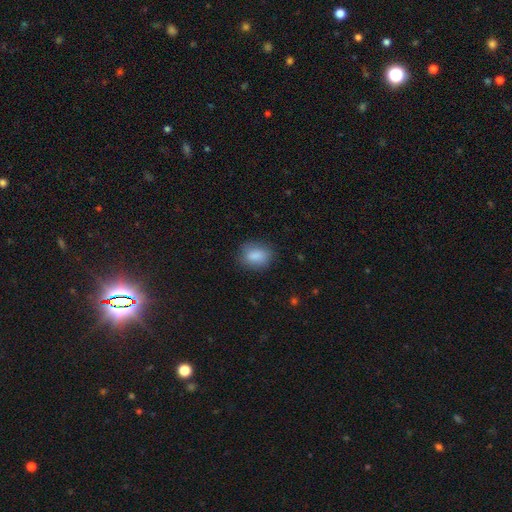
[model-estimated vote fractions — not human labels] smooth_or_featured: smooth (p=0.85) [alt: star or artifact p=0.08]
how_rounded: in between (p=0.63) [alt: round p=0.35]
merging: none (p=0.79) [alt: minor disturbance p=0.16]